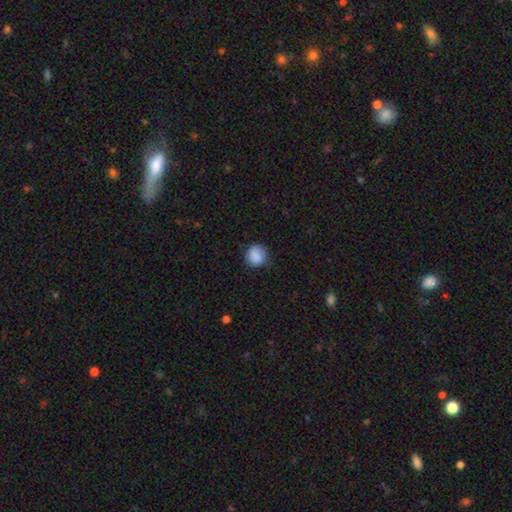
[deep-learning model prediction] Morphology: type=smooth (89%); roundness=round (87%); merging=none (83%).